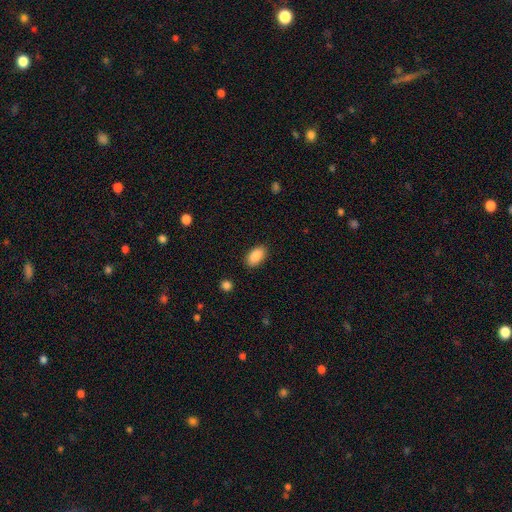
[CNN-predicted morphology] type=smooth (90%); roundness=in between (94%); merging=none (87%).